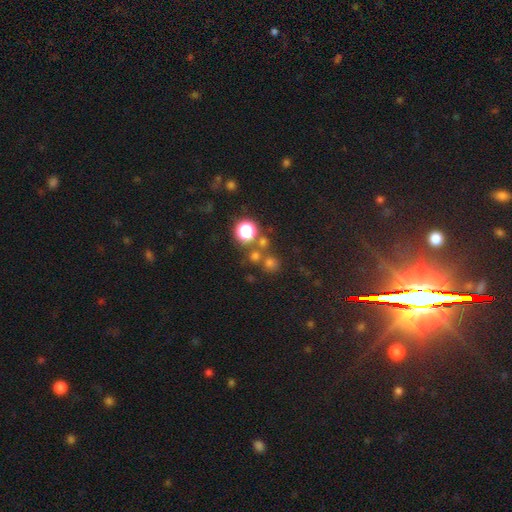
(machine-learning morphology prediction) Smooth or featured? Predicted: smooth (p=0.60). How rounded? Predicted: round (p=0.89). Merging? Predicted: none (p=0.67).